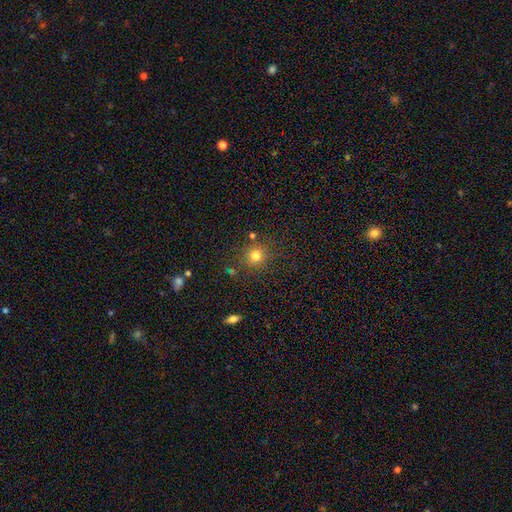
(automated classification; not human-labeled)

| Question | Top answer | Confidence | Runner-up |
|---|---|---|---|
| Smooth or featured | smooth | 78% | star or artifact (16%) |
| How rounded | round | 91% | in between (8%) |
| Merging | none | 81% | minor disturbance (10%) |